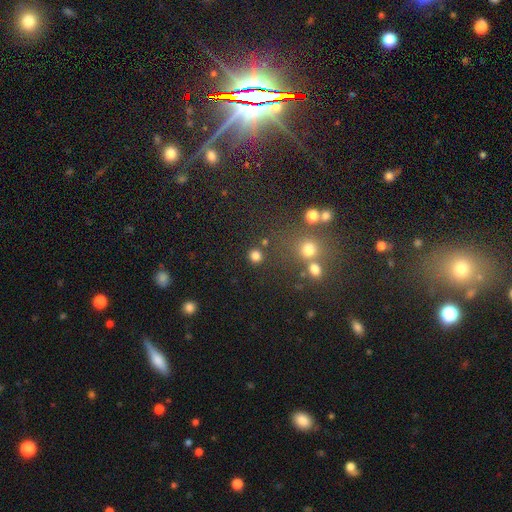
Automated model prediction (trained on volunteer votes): Overall: smooth (79%). How rounded: round (90%). Merging: none (83%).